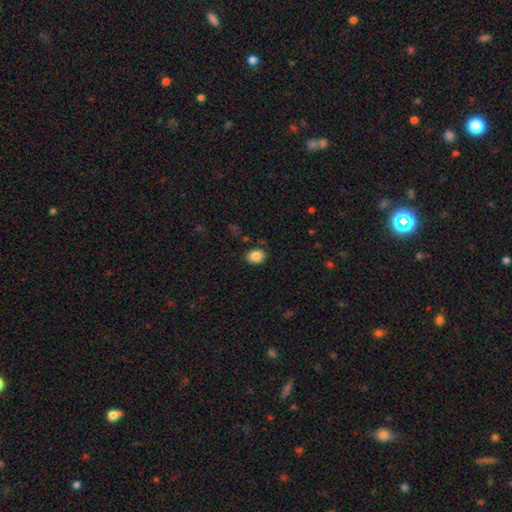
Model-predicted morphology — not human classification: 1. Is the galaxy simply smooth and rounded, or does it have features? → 85% smooth, 9% star or artifact, 7% featured or disk.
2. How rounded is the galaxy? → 67% in between, 32% round, 1% cigar-shaped.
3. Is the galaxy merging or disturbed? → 85% none, 11% minor disturbance, 3% major disturbance, 2% merger.